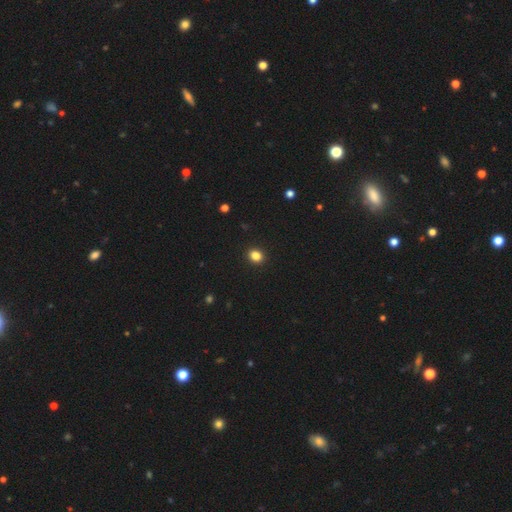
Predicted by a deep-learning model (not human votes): Smooth or featured? smooth (85%)
How rounded? round (65%)
Merging? none (92%)